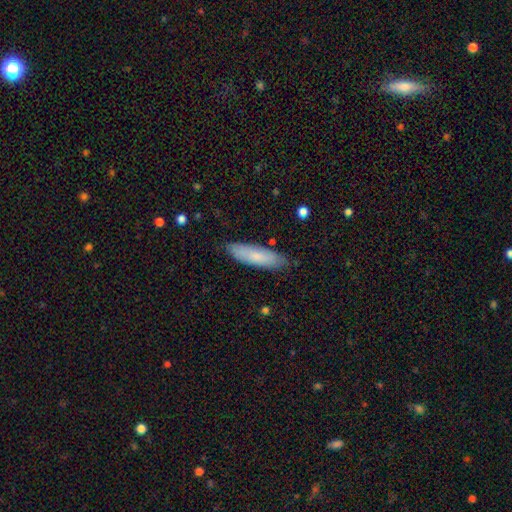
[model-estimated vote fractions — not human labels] Smooth or featured? Predicted: smooth (p=0.76). How rounded? Predicted: cigar-shaped (p=0.63). Merging? Predicted: none (p=0.84).